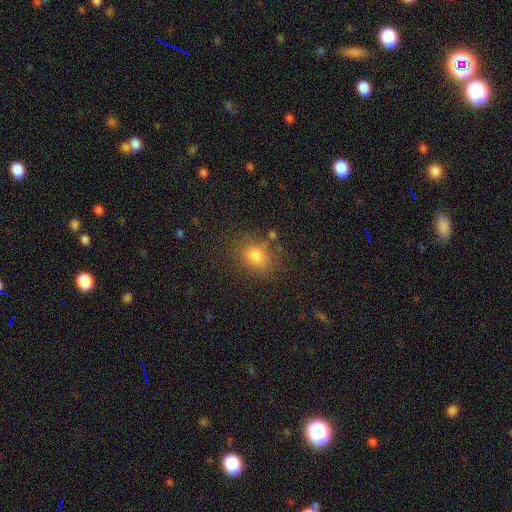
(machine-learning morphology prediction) smooth-or-featured: smooth: 79% | star or artifact: 13% | featured or disk: 9%
  how-rounded: in between: 53% | round: 45% | cigar-shaped: 1%
  merging: none: 74% | minor disturbance: 16% | major disturbance: 6% | merger: 4%